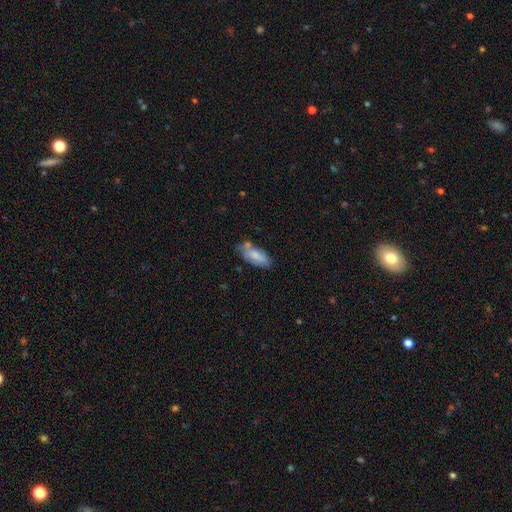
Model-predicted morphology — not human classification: A smooth galaxy with no disk features (74%) that is in between round and cigar-shaped (82%).

Vote fractions:
- Smooth or featured? smooth: 74% / featured or disk: 19% / star or artifact: 7%
- How rounded? in between: 82% / cigar-shaped: 15% / round: 2%
- Merging? none: 54% / minor disturbance: 26% / merger: 13% / major disturbance: 7%